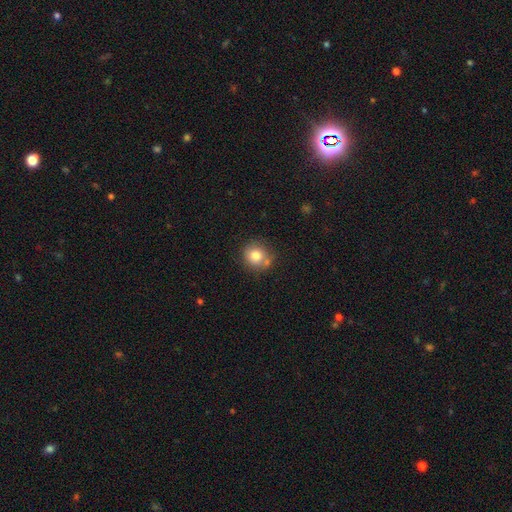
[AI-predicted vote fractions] Smooth or featured: smooth — 79% (featured or disk — 11%)
How rounded: round — 87% (in between — 12%)
Merging: none — 67% (merger — 15%)